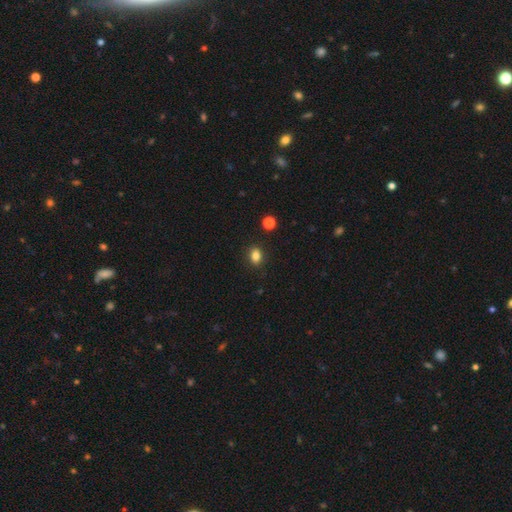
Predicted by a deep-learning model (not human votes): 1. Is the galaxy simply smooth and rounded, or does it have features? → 84% smooth, 11% star or artifact, 5% featured or disk.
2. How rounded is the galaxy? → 71% in between, 27% round, 2% cigar-shaped.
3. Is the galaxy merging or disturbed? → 88% none, 8% minor disturbance, 2% major disturbance, 2% merger.